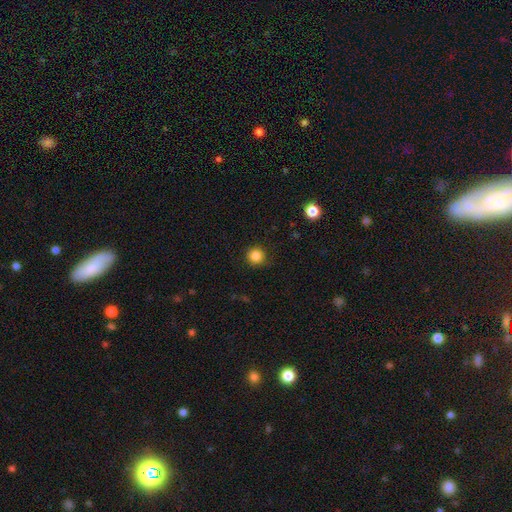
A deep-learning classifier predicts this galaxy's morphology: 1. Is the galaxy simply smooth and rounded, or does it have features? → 85% smooth, 11% star or artifact, 4% featured or disk.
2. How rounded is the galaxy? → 94% round, 5% in between, 1% cigar-shaped.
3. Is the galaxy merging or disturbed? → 88% none, 8% minor disturbance, 2% major disturbance, 1% merger.